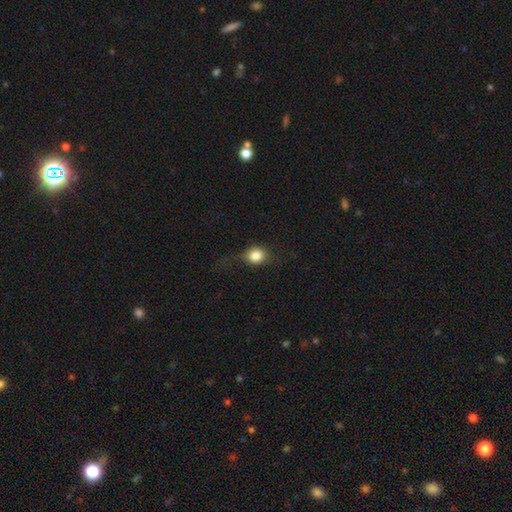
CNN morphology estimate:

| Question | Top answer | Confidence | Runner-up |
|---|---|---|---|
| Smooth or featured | smooth | 80% | star or artifact (10%) |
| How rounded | round | 71% | in between (27%) |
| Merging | none | 52% | minor disturbance (27%) |